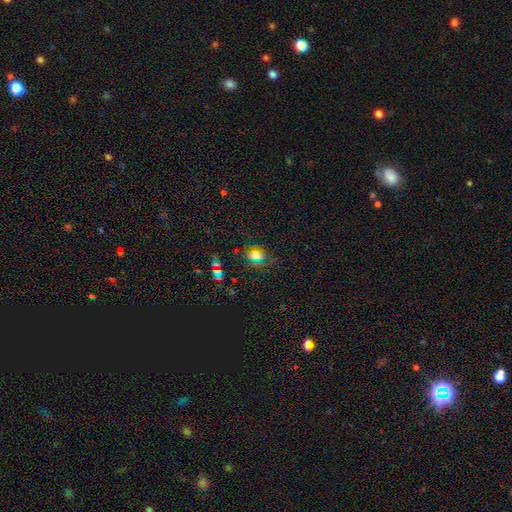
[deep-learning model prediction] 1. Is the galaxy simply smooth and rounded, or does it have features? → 50% smooth, 36% star or artifact, 14% featured or disk.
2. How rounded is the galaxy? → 73% in between, 21% round, 6% cigar-shaped.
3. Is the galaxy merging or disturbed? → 75% none, 15% minor disturbance, 7% major disturbance, 3% merger.